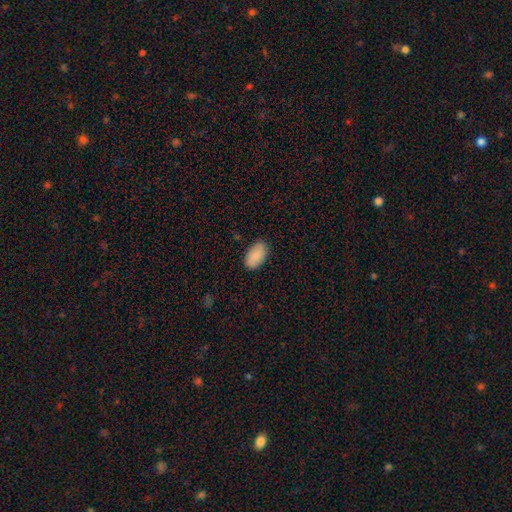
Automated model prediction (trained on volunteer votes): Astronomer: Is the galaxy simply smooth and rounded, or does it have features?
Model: smooth — 87%.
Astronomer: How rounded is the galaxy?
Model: in between — 94%.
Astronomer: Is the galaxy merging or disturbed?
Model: none — 84%.